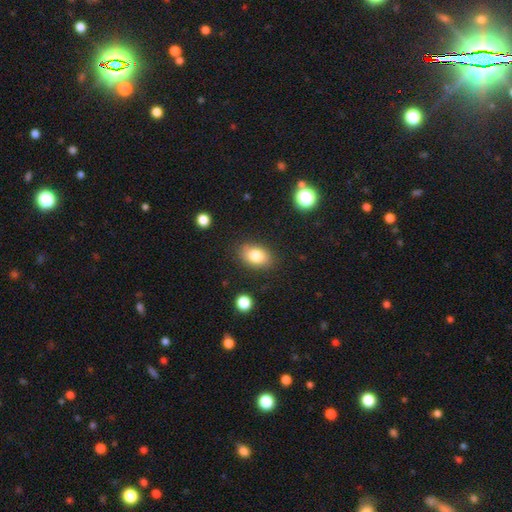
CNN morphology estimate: Smooth or featured: smooth — 81% (featured or disk — 10%)
How rounded: in between — 82% (round — 16%)
Merging: none — 84% (minor disturbance — 11%)